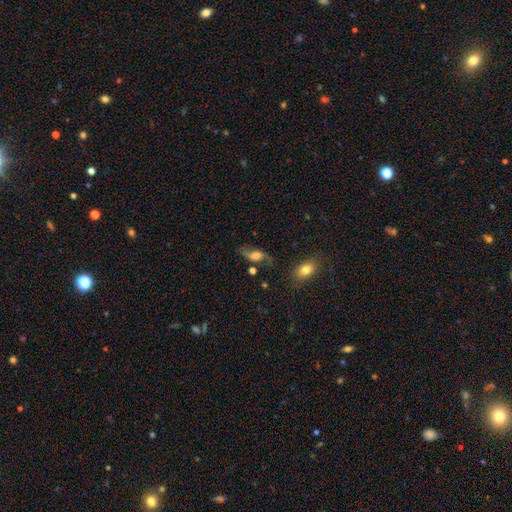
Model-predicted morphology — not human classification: type=featured or disk (66%); edge-on=no (85%); bar=no (57%); spiral arms=yes (89%); bulge=large (40%); merging=none (67%).